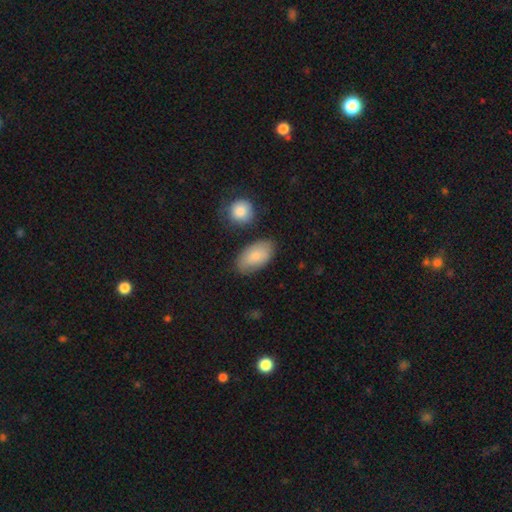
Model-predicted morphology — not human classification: This is likely a smooth galaxy (80%). How rounded: clearly in between (94%). Merging: likely none (74%).